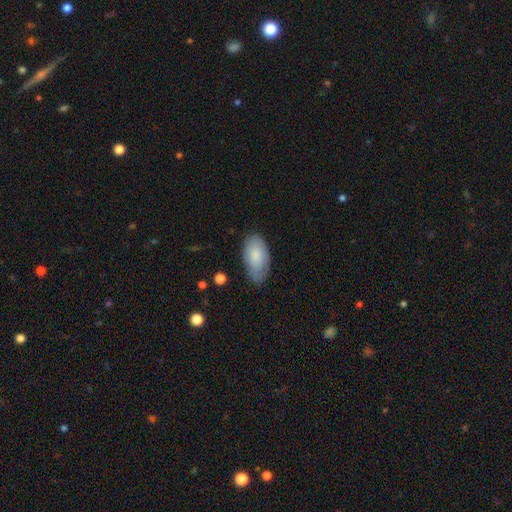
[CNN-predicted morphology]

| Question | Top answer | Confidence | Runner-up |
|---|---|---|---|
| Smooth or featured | smooth | 82% | featured or disk (12%) |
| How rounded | in between | 95% | round (3%) |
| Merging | none | 68% | minor disturbance (25%) |